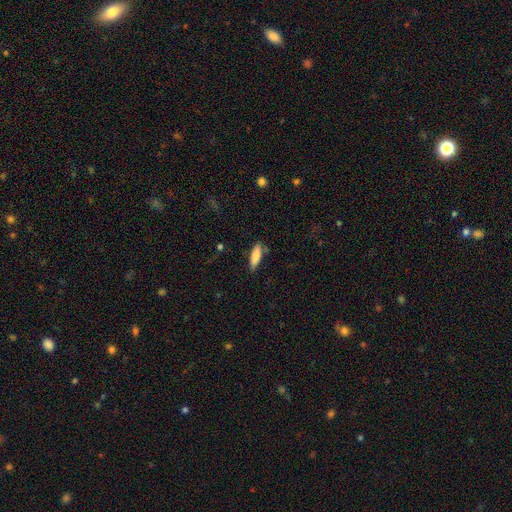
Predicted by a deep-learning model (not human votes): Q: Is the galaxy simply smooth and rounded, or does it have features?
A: smooth — 83%.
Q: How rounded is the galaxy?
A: cigar-shaped — 57%.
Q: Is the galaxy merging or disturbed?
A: none — 81%.